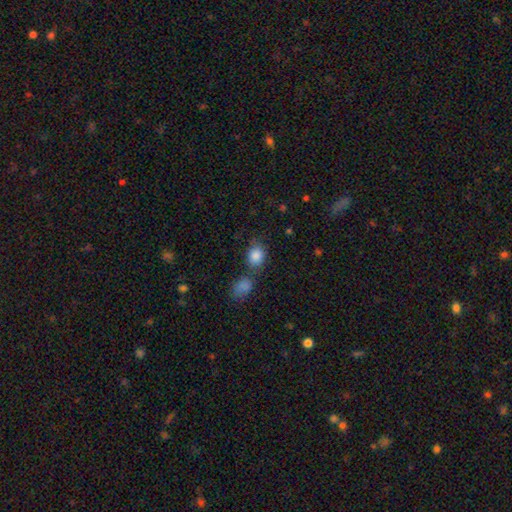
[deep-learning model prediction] Q: Smooth or featured?
A: smooth (85%); runner-up: star or artifact (9%)
Q: How rounded?
A: in between (55%); runner-up: round (44%)
Q: Merging?
A: none (57%); runner-up: merger (23%)